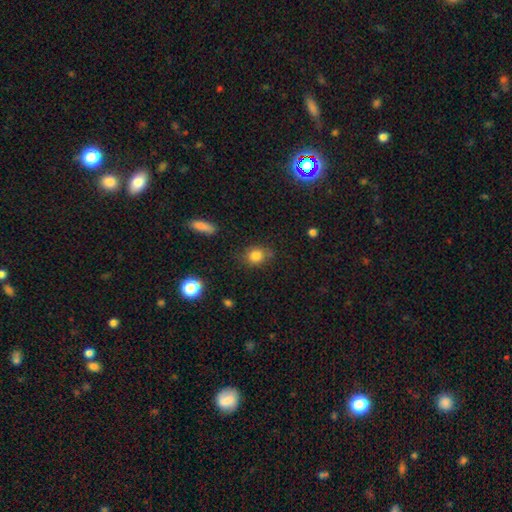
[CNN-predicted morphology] This is clearly a smooth galaxy (82%). How rounded: possibly round (58%). Merging: likely none (73%).